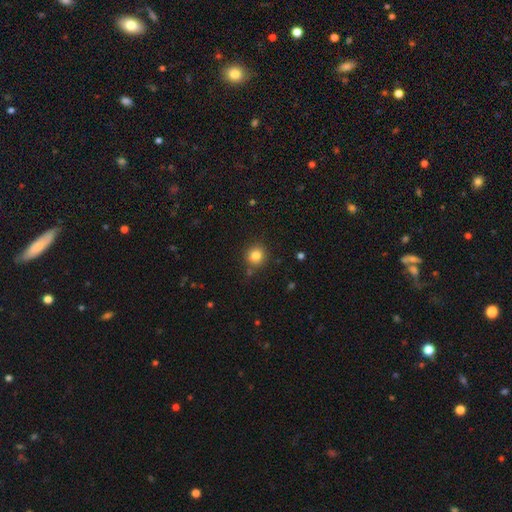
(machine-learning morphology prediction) smooth-or-featured: smooth: 82% | star or artifact: 12% | featured or disk: 6%
  how-rounded: round: 91% | in between: 8% | cigar-shaped: 1%
  merging: none: 84% | minor disturbance: 10% | merger: 4% | major disturbance: 3%